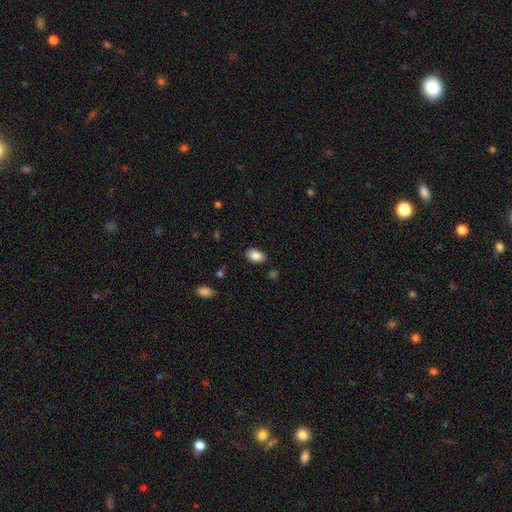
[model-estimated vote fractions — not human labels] This appears to be a smooth galaxy with no disk features (87%) that is in between round and cigar-shaped (88%). Merging: none (84%).